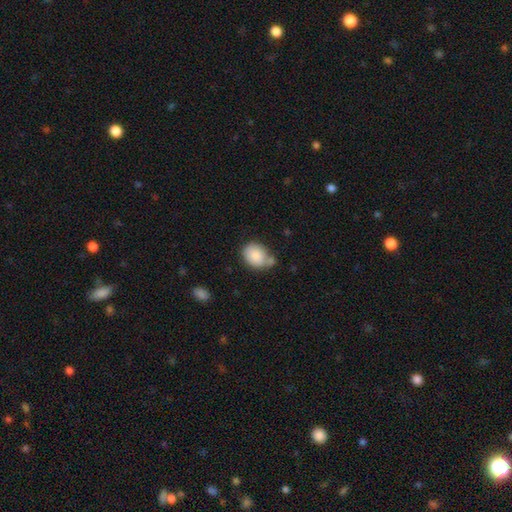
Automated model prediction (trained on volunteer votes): smooth-or-featured: smooth: 85% | star or artifact: 8% | featured or disk: 8%
  how-rounded: in between: 52% | round: 48% | cigar-shaped: 1%
  merging: none: 51% | minor disturbance: 23% | merger: 20% | major disturbance: 6%